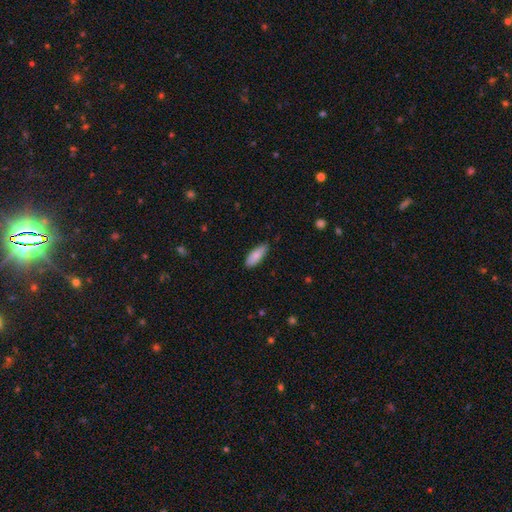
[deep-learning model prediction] Overall: smooth (87%). How rounded: in between (70%). Merging: none (77%).